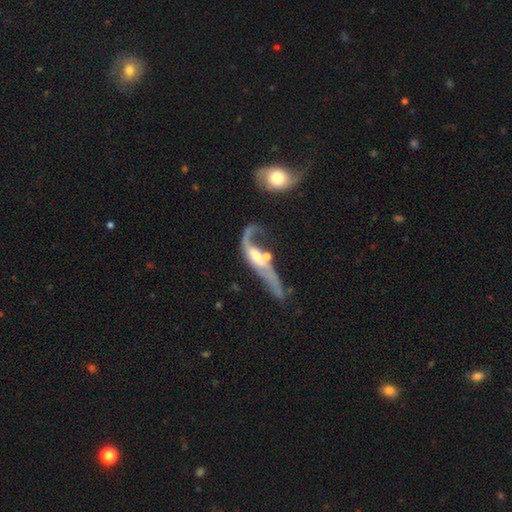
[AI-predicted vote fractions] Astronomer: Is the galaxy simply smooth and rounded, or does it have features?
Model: featured or disk — 74%.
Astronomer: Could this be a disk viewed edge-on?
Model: no — 77%.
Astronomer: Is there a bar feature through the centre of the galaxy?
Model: no — 47% (runner-up: weak, 34%).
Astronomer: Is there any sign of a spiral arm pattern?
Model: yes — 74%.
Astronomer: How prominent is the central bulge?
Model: moderate — 43% (runner-up: small, 27%).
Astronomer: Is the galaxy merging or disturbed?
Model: major disturbance — 34% (runner-up: merger, 33%).